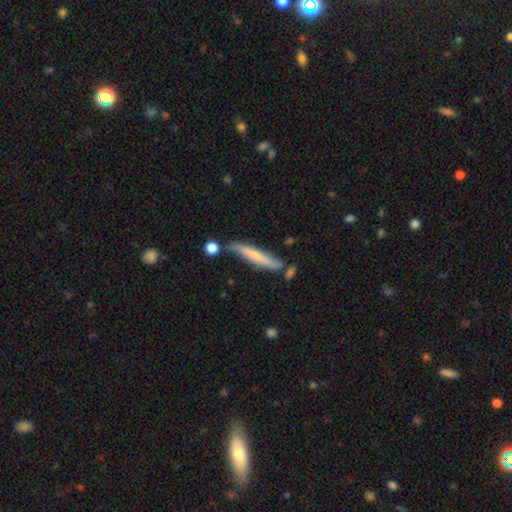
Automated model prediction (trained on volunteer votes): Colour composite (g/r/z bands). It shows a smooth galaxy with no disk features (57%) that is cigar-shaped (93%). Merging: none (66%).